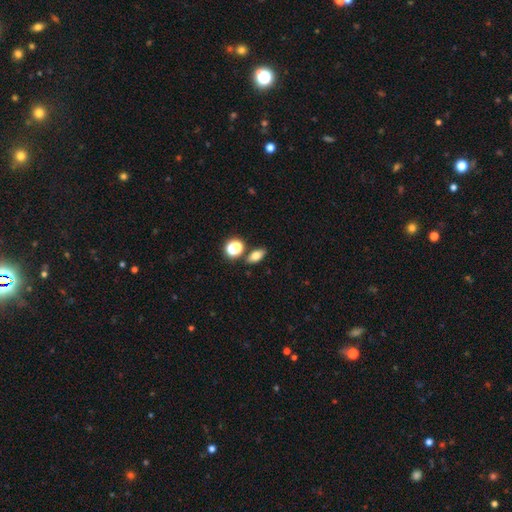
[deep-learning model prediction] Q: Smooth or featured?
A: smooth (75%); runner-up: star or artifact (13%)
Q: How rounded?
A: in between (79%); runner-up: round (16%)
Q: Merging?
A: none (80%); runner-up: minor disturbance (9%)